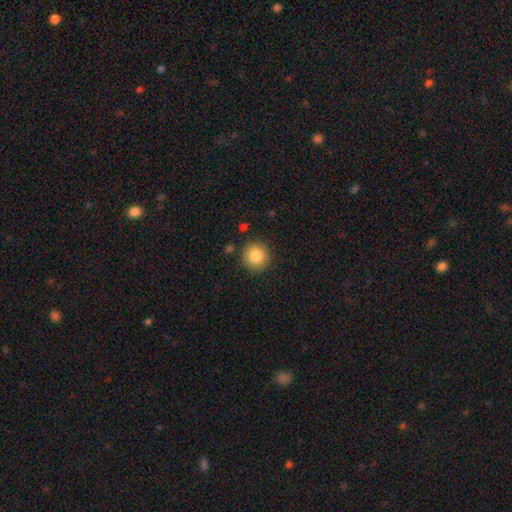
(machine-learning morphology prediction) Q: Smooth or featured?
A: smooth (84%); runner-up: star or artifact (9%)
Q: How rounded?
A: round (93%); runner-up: in between (6%)
Q: Merging?
A: none (88%); runner-up: minor disturbance (7%)